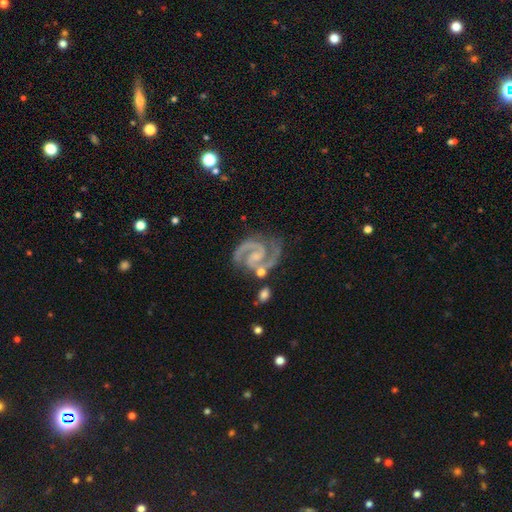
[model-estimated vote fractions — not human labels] Overall: featured or disk (93%). Edge-on disk: no (98%). Bar: weak (43%; no 41%). Spiral arms: yes (99%). Spiral arm count: 2 (93%). Spiral winding: medium (53%; tight 40%). Bulge size: small (46%; none 34%). Merging: none (71%).